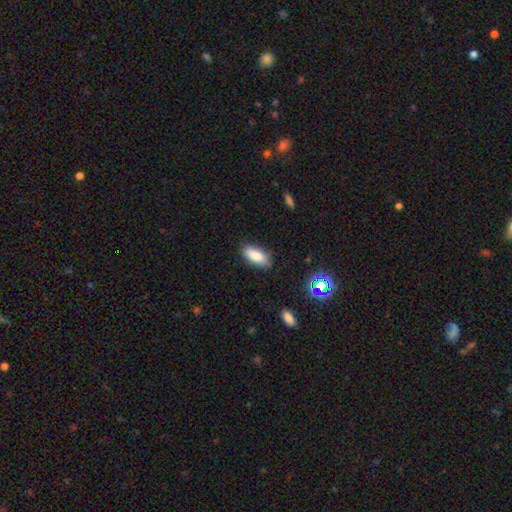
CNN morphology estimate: smooth 85%, star or artifact 8%, featured or disk 7%. Down the decision tree: how rounded — in between (84%); merging — none (83%).